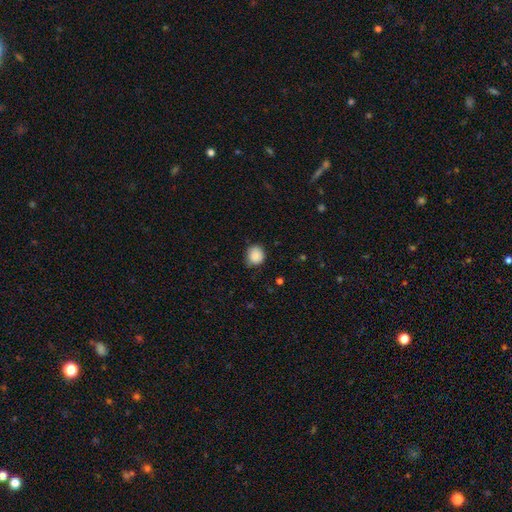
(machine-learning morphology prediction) smooth-or-featured: smooth: 87% | star or artifact: 9% | featured or disk: 4%
  how-rounded: round: 84% | in between: 15% | cigar-shaped: 1%
  merging: none: 75% | minor disturbance: 21% | major disturbance: 3% | merger: 1%